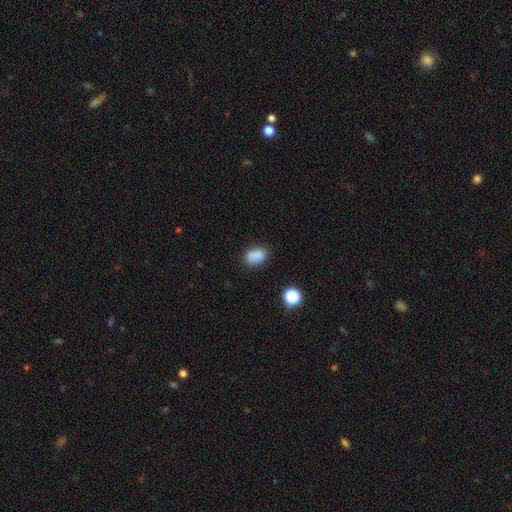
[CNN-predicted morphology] A smooth galaxy with no disk features (84%) that is in between round and cigar-shaped (81%).

Vote fractions:
- Smooth or featured? smooth: 84% / star or artifact: 11% / featured or disk: 5%
- How rounded? in between: 81% / round: 17% / cigar-shaped: 2%
- Merging? none: 79% / minor disturbance: 15% / major disturbance: 4% / merger: 2%